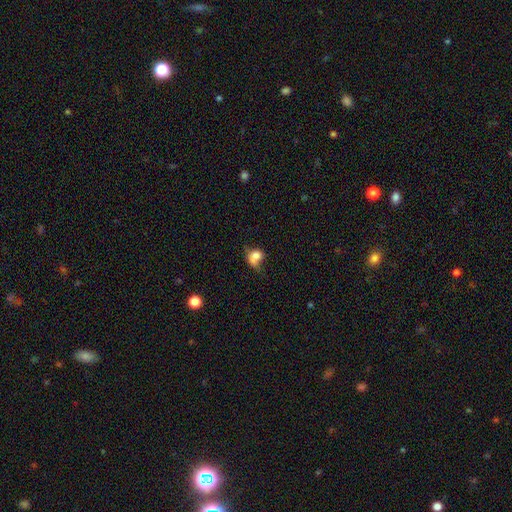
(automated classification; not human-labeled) smooth-or-featured: smooth: 74% | featured or disk: 16% | star or artifact: 11%
  how-rounded: round: 53% | in between: 45% | cigar-shaped: 1%
  merging: minor disturbance: 33% | major disturbance: 30% | none: 28% | merger: 9%